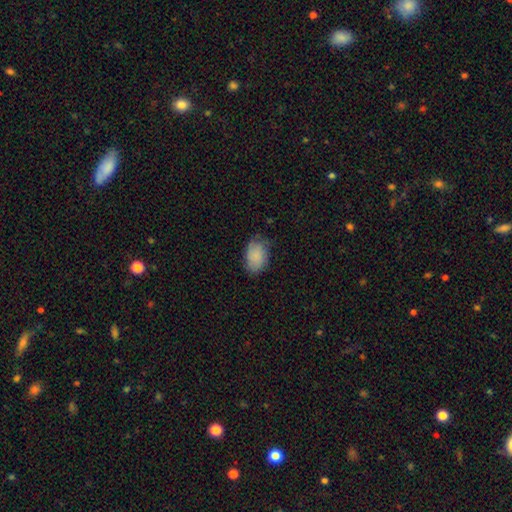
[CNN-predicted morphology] Q: Smooth or featured?
A: smooth (83%); runner-up: featured or disk (9%)
Q: How rounded?
A: in between (81%); runner-up: round (18%)
Q: Merging?
A: none (68%); runner-up: minor disturbance (25%)